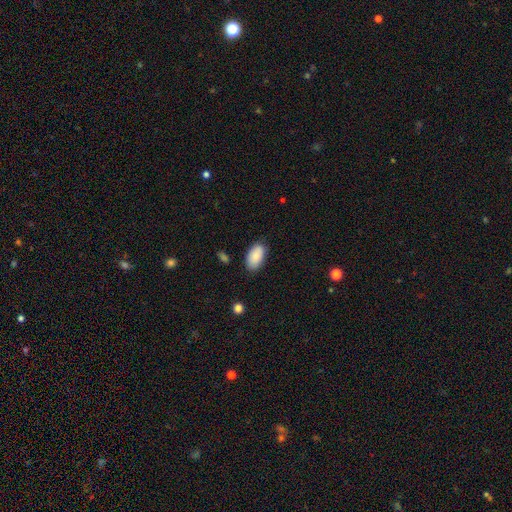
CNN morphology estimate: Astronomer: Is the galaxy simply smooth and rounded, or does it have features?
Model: smooth — 86%.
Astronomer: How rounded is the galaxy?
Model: in between — 95%.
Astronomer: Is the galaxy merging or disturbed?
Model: none — 82%.